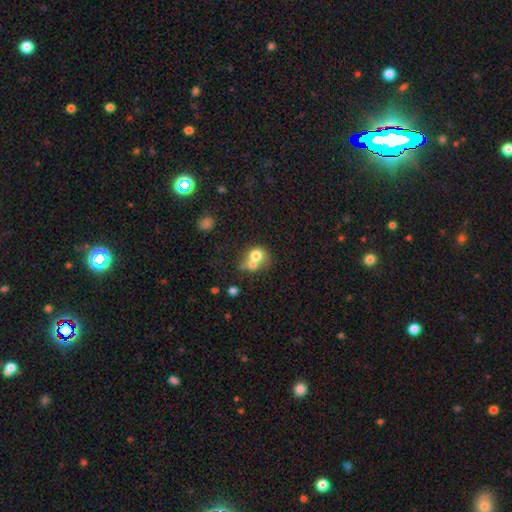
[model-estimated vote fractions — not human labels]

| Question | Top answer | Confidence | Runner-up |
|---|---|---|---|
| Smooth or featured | smooth | 69% | featured or disk (21%) |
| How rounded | round | 69% | in between (30%) |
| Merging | merger | 65% | none (24%) |